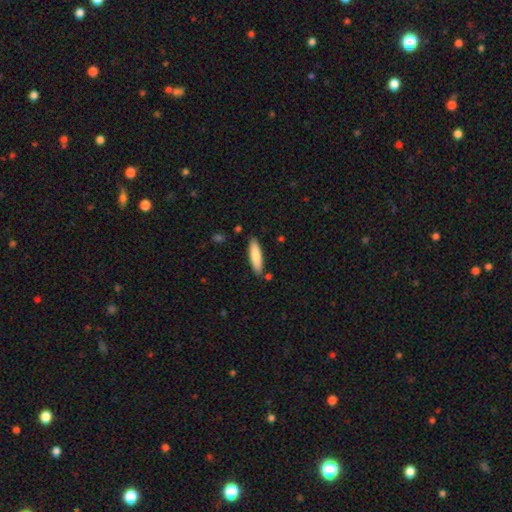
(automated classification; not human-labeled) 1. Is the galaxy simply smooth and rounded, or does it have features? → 79% smooth, 15% featured or disk, 6% star or artifact.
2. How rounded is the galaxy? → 70% cigar-shaped, 29% in between, 1% round.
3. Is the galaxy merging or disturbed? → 85% none, 10% minor disturbance, 3% merger, 2% major disturbance.